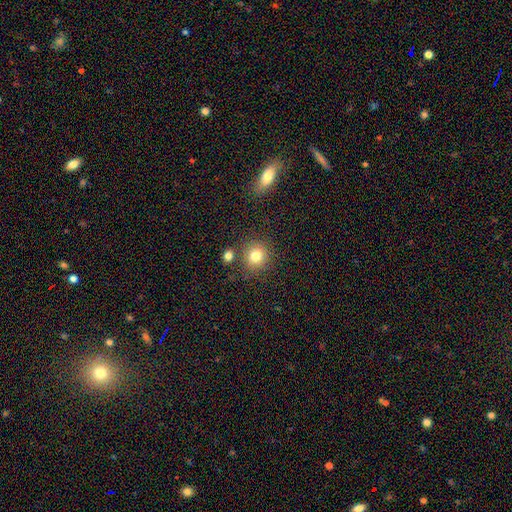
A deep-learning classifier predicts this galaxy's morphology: smooth 81%, star or artifact 12%, featured or disk 7%. Down the decision tree: how rounded — round (89%); merging — none (79%).